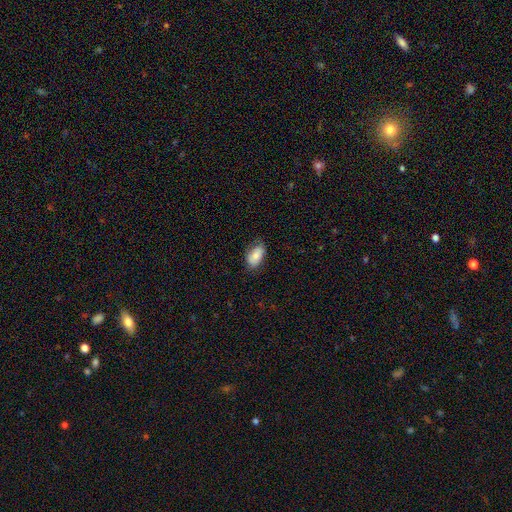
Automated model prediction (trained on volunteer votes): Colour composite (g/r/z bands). It shows a smooth galaxy with no disk features (80%) that is in between round and cigar-shaped (93%). Merging: none (69%).